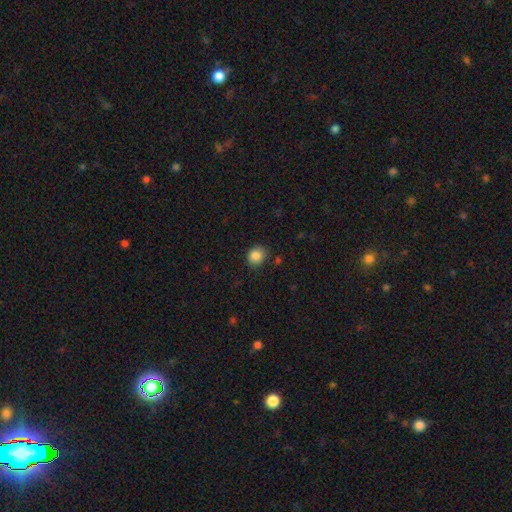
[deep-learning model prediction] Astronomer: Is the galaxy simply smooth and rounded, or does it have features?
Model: smooth — 87%.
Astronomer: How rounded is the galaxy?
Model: round — 77%.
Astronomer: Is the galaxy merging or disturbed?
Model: none — 82%.